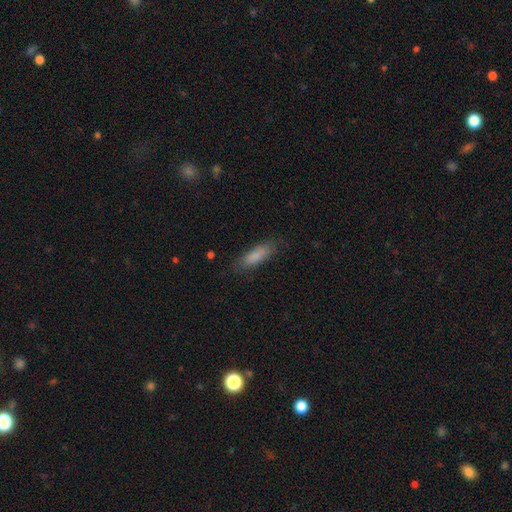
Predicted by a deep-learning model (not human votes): Smooth or featured? Predicted: smooth (p=0.83). How rounded? Predicted: in between (p=0.51). Merging? Predicted: none (p=0.78).